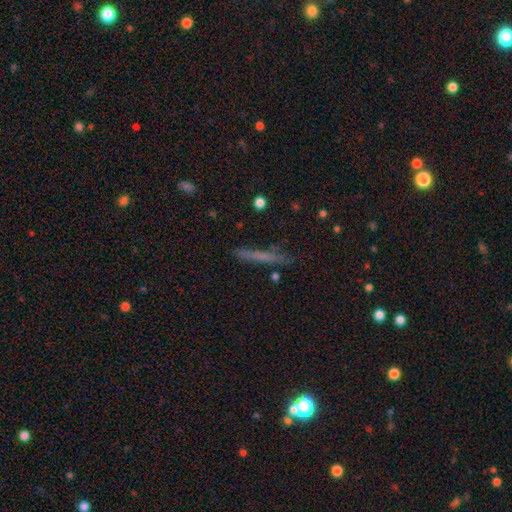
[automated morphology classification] Smooth or featured? Predicted: smooth (p=0.54). How rounded? Predicted: cigar-shaped (p=0.94). Merging? Predicted: none (p=0.84).